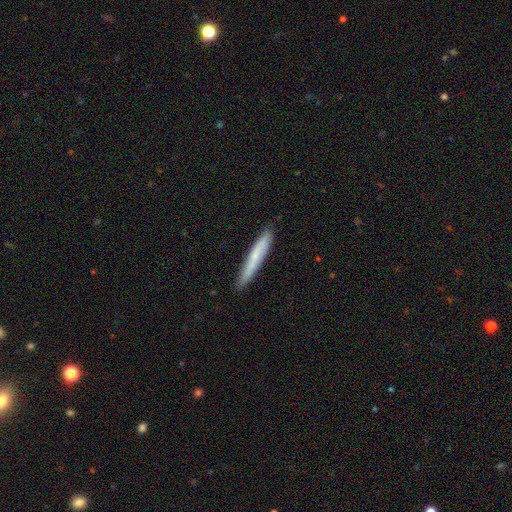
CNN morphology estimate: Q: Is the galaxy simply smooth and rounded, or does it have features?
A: smooth — 62%.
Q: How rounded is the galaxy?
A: cigar-shaped — 95%.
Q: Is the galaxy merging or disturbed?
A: none — 88%.